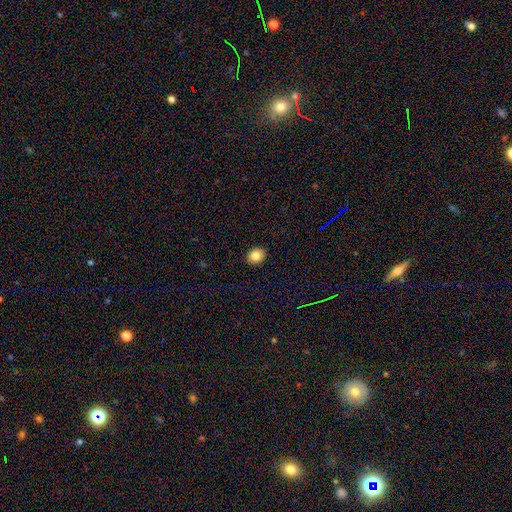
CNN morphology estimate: A smooth galaxy with no disk features (83%) that is round (67%).

Vote fractions:
- Smooth or featured? smooth: 83% / star or artifact: 10% / featured or disk: 7%
- How rounded? round: 67% / in between: 32% / cigar-shaped: 1%
- Merging? none: 92% / minor disturbance: 6% / major disturbance: 2% / merger: 1%